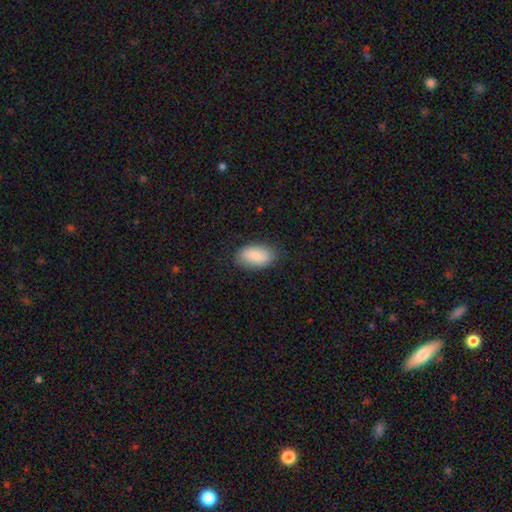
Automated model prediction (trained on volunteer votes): smooth_or_featured: smooth (p=0.81) [alt: featured or disk p=0.12]
how_rounded: in between (p=0.93) [alt: round p=0.05]
merging: none (p=0.82) [alt: minor disturbance p=0.13]